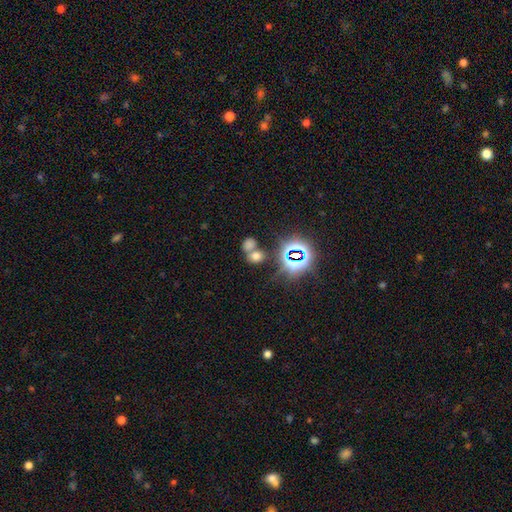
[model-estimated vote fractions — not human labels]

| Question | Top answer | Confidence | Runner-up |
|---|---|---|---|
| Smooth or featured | smooth | 59% | star or artifact (31%) |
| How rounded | round | 53% | in between (45%) |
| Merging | merger | 47% | none (40%) |